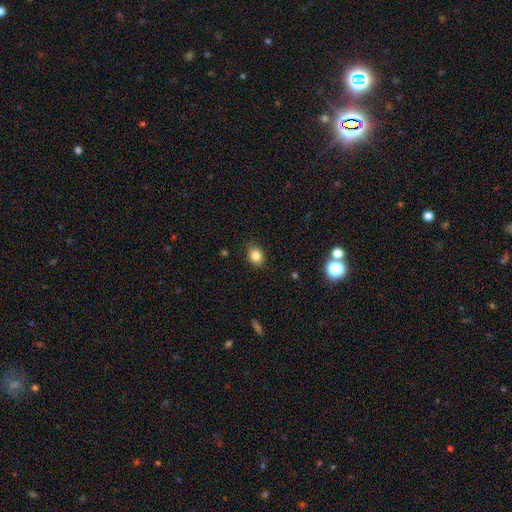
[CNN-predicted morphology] A smooth galaxy with no disk features (84%) that is in between round and cigar-shaped (67%). Merging: none (85%).